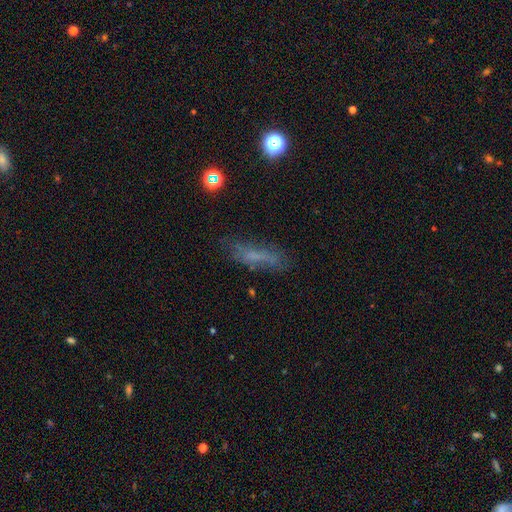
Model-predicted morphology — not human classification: This appears to be a smooth galaxy with no disk features (51%) that is cigar-shaped (61%). Merging: none (64%).